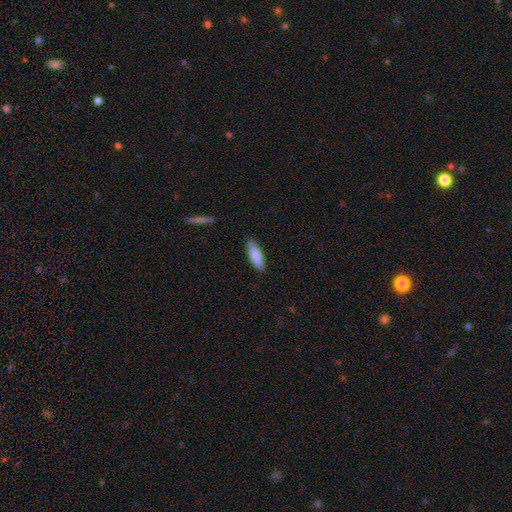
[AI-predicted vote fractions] smooth_or_featured: smooth (p=0.86) [alt: featured or disk p=0.08]
how_rounded: cigar-shaped (p=0.53) [alt: in between p=0.46]
merging: none (p=0.87) [alt: minor disturbance p=0.10]